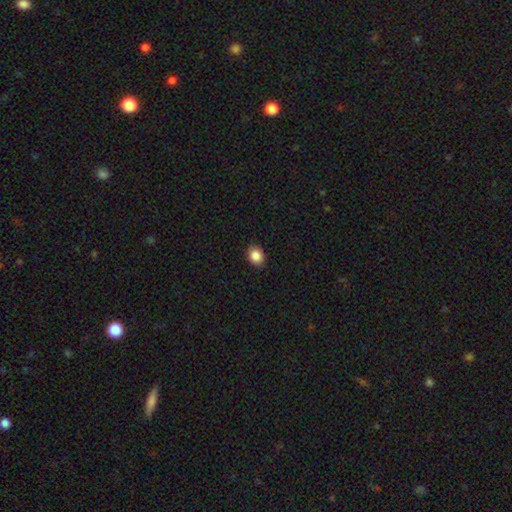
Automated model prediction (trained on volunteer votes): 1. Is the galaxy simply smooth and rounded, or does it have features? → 87% smooth, 9% star or artifact, 4% featured or disk.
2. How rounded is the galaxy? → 54% round, 45% in between, 1% cigar-shaped.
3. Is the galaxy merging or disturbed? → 88% none, 9% minor disturbance, 2% major disturbance, 1% merger.